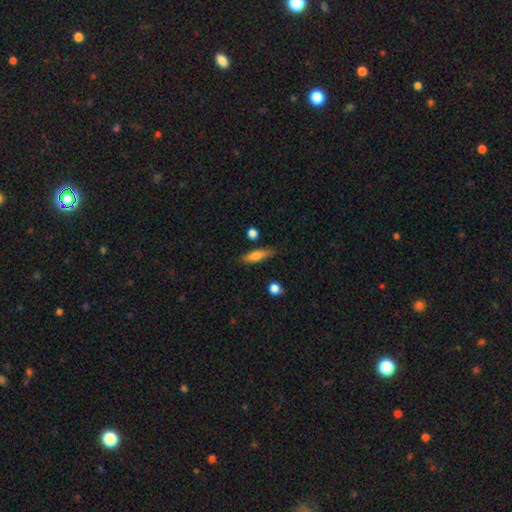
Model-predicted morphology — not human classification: This appears to be a smooth galaxy with no disk features (68%) that is cigar-shaped (65%). Merging: none (75%).